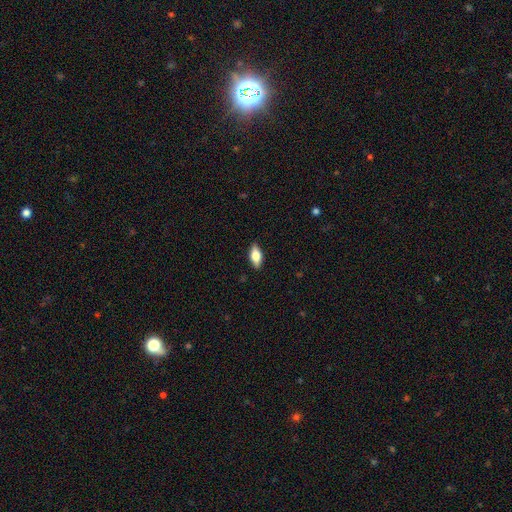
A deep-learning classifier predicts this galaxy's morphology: Smooth or featured? Predicted: smooth (p=0.71). How rounded? Predicted: in between (p=0.83). Merging? Predicted: none (p=0.88).